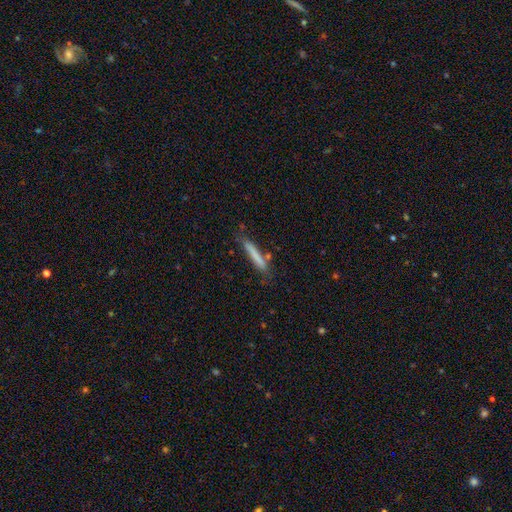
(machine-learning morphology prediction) type=smooth (73%); roundness=cigar-shaped (94%); merging=none (74%).